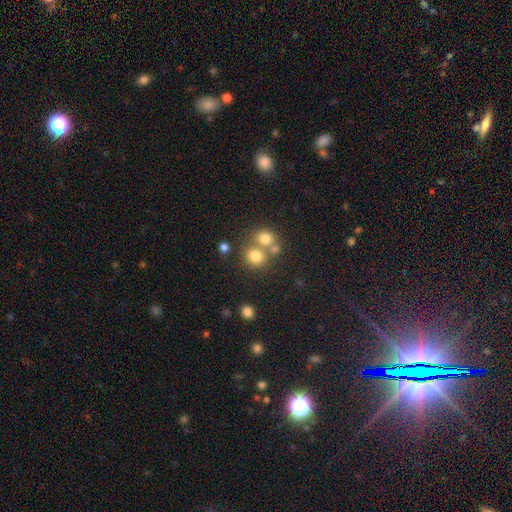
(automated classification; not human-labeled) smooth 76%, star or artifact 14%, featured or disk 10%. Down the decision tree: how rounded — round (81%); merging — none (52%).